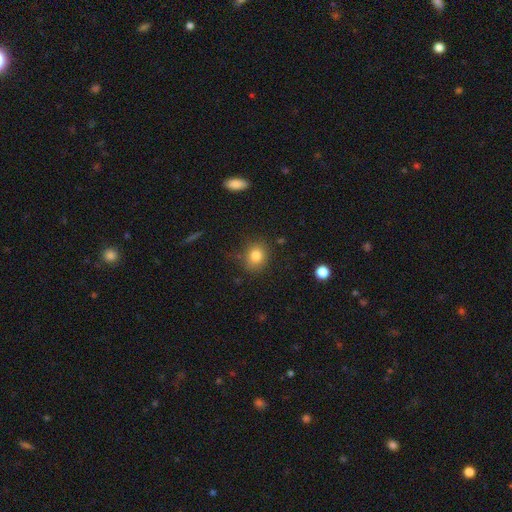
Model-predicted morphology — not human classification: This appears to be a smooth galaxy with no disk features (83%) that is round (72%). Merging: none (80%).